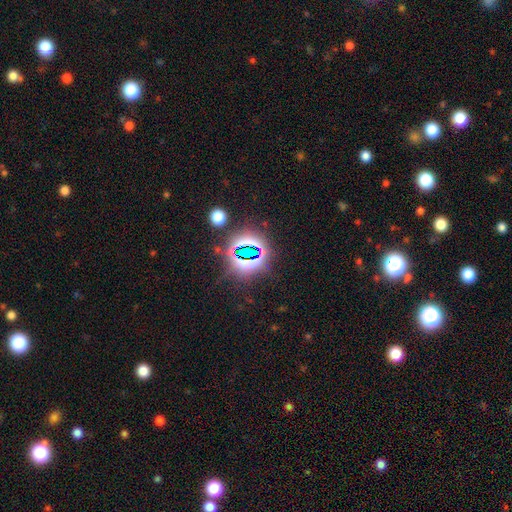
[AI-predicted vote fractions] This is likely a star or artifact rather than a galaxy (78%).